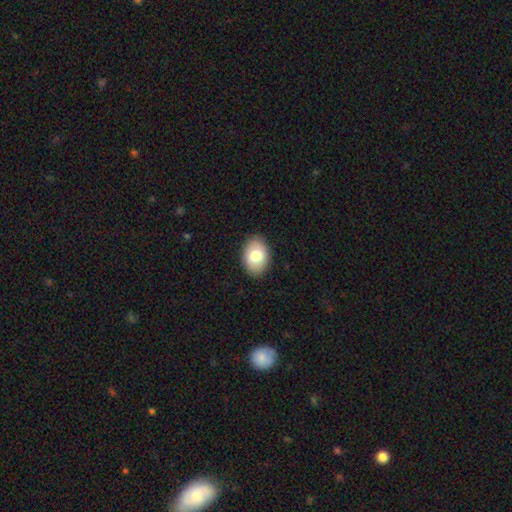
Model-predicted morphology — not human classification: The model was most divided on "smooth or featured": smooth: 79%, featured or disk: 15%, star or artifact: 7%. More confident: merging — none (89%); how rounded — in between (84%).